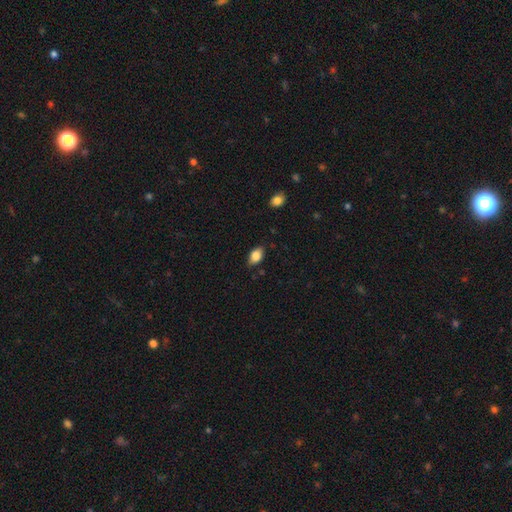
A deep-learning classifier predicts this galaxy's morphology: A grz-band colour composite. It shows a smooth galaxy with no disk features (85%) that is in between round and cigar-shaped (88%). Merging: none (79%).